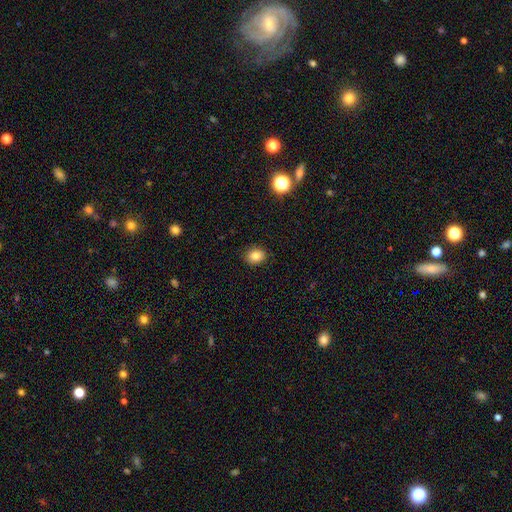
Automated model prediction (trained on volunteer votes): Overall: smooth (83%). How rounded: round (53%; in between 46%). Merging: none (89%).